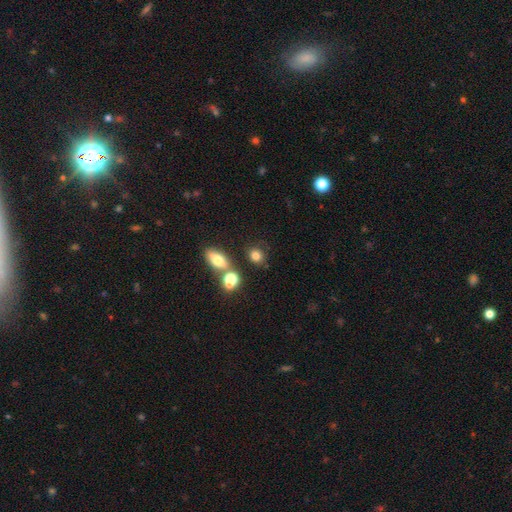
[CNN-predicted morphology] Smooth or featured? Predicted: smooth (p=0.80). How rounded? Predicted: round (p=0.67). Merging? Predicted: none (p=0.69).